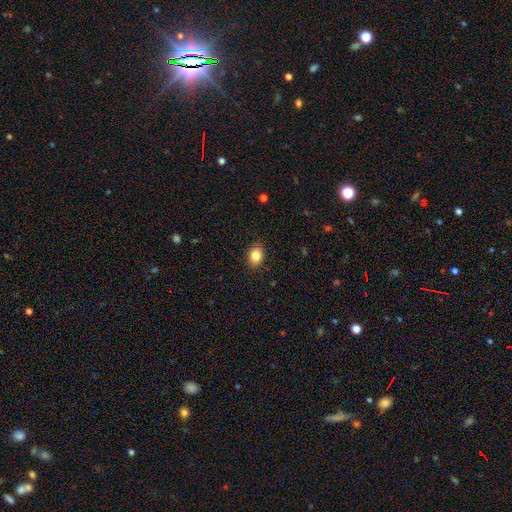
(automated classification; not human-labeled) Smooth or featured? Predicted: smooth (p=0.84). How rounded? Predicted: in between (p=0.60). Merging? Predicted: none (p=0.87).